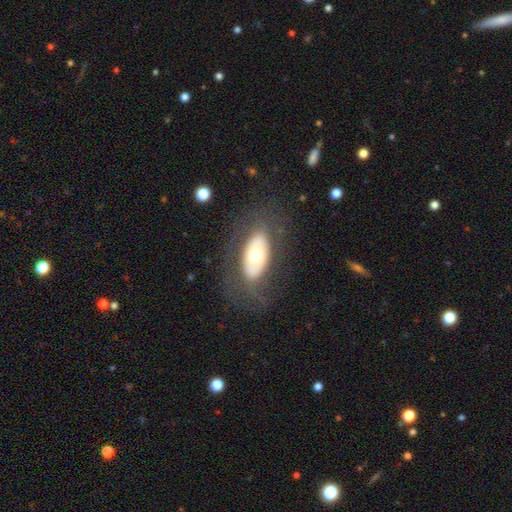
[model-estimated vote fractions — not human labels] Morphology: type=featured or disk (51%); edge-on=no (88%); merging=none (73%).